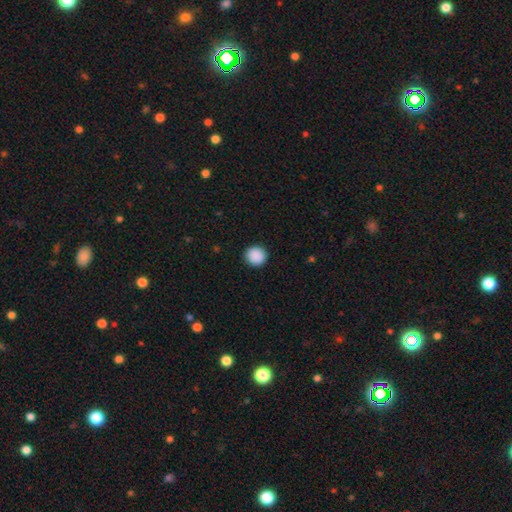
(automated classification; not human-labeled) Smooth or featured: smooth — 90% (star or artifact — 8%)
How rounded: round — 94% (in between — 5%)
Merging: none — 92% (minor disturbance — 5%)